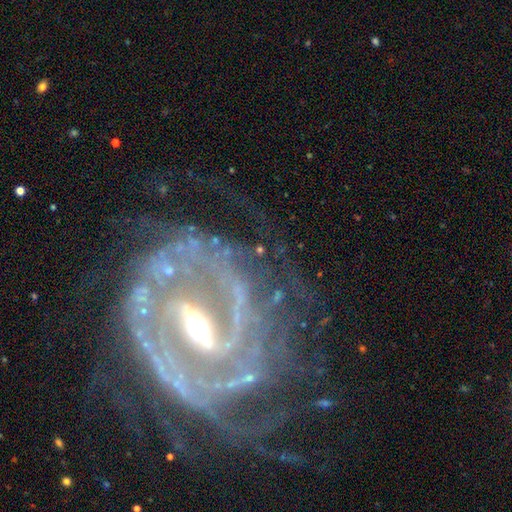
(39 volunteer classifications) Volunteers were most divided on "merging": none: 47%, minor disturbance: 36%, major disturbance: 17%, merger: 0%. Remaining: spiral arms — yes (100%); edge-on disk — no (97%); smooth or featured — featured or disk (87%); bar — strong (73%); spiral winding — tight (64%); bulge size — moderate (58%); spiral arm count — 2 (48%).